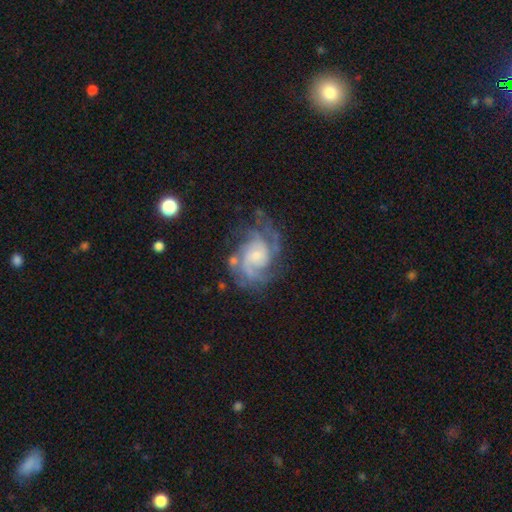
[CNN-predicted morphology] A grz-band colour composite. It shows a featured or disk galaxy (88%) with no bar (64%), 2 (32%) tight (47%) spiral arms (97%) and a small central bulge (62%). Merging: none (65%).